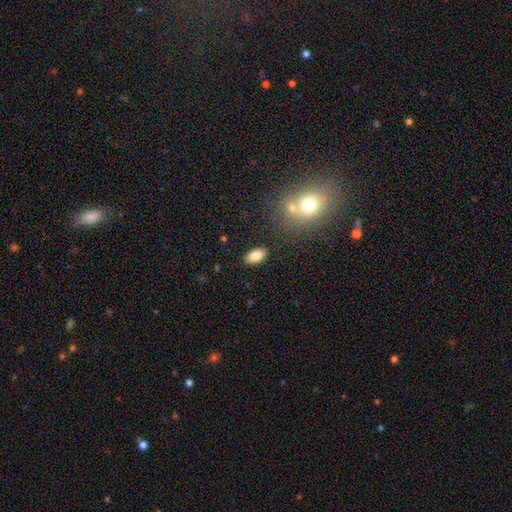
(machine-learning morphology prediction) Smooth or featured: smooth — 87% (star or artifact — 8%)
How rounded: in between — 93% (cigar-shaped — 4%)
Merging: none — 87% (minor disturbance — 9%)